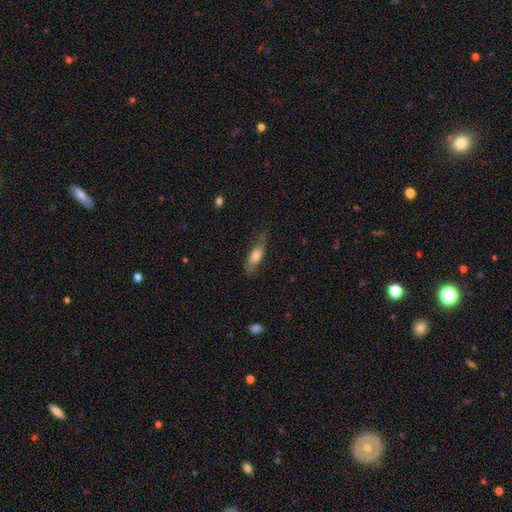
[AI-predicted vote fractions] Overall: smooth (64%; featured or disk 29%). How rounded: in between (50%; cigar-shaped 48%). Merging: none (68%).